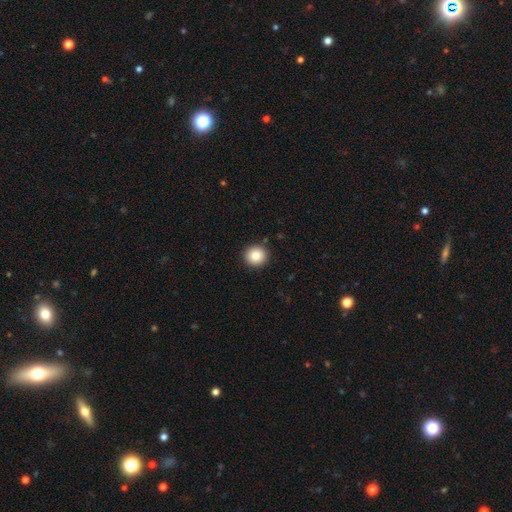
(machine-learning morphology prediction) smooth 84%, star or artifact 9%, featured or disk 6%. Down the decision tree: how rounded — round (93%); merging — none (91%).